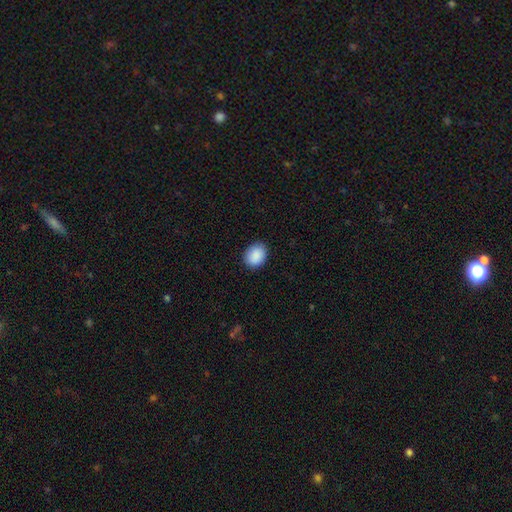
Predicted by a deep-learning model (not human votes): smooth 90%, star or artifact 7%, featured or disk 3%. Down the decision tree: how rounded — in between (58%); merging — none (88%).